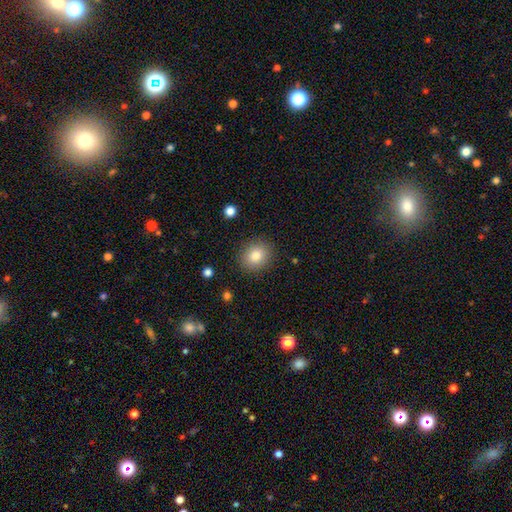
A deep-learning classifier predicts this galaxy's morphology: The model was most divided on "how rounded": round: 73%, in between: 26%, cigar-shaped: 1%. More confident: merging — none (88%); smooth or featured — smooth (82%).